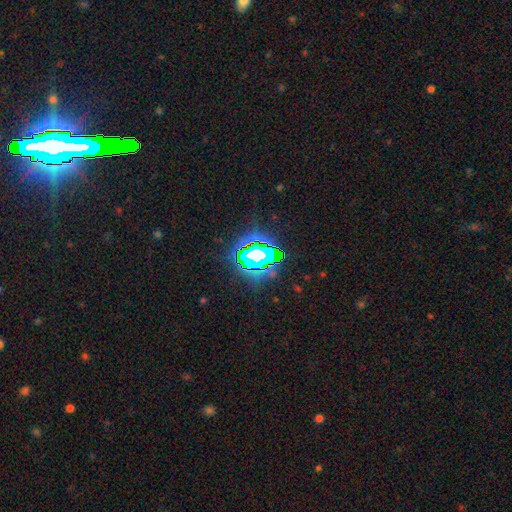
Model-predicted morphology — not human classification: Smooth or featured: star or artifact — 72% (smooth — 16%)